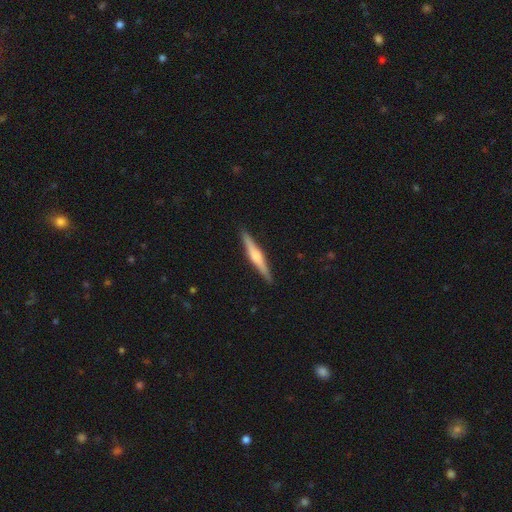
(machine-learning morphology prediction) smooth-or-featured: featured or disk: 61% | smooth: 34% | star or artifact: 5%
  disk-edge-on: yes: 98% | no: 2%
    edge-on-bulge: rounded: 73% | boxy: 15% | none: 11%
  merging: none: 91% | minor disturbance: 6% | major disturbance: 1% | merger: 1%